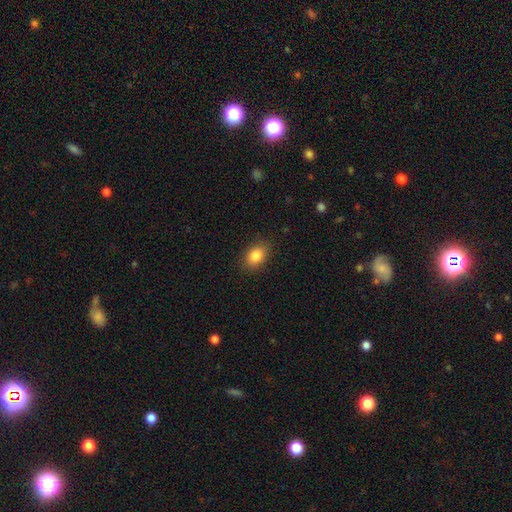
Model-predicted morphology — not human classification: A smooth galaxy with no disk features (85%) that is in between round and cigar-shaped (81%). Merging: none (85%).